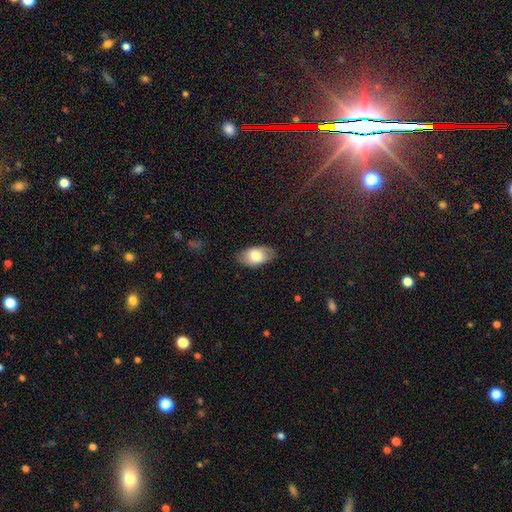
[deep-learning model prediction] This is likely a smooth galaxy (72%). How rounded: clearly in between (94%). Merging: clearly none (82%).